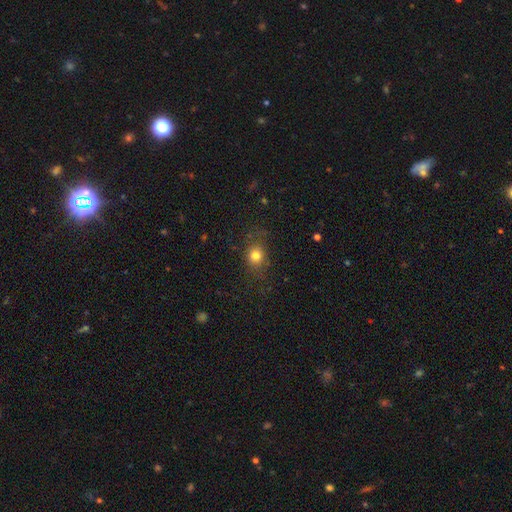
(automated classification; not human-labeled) Q: Smooth or featured?
A: smooth (78%); runner-up: star or artifact (13%)
Q: How rounded?
A: round (68%); runner-up: in between (31%)
Q: Merging?
A: none (77%); runner-up: minor disturbance (15%)